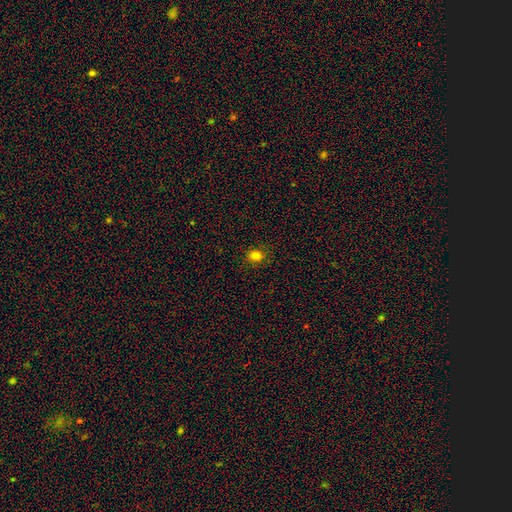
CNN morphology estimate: The model was most divided on "how rounded": round: 70%, in between: 29%, cigar-shaped: 1%. More confident: merging — none (88%); smooth or featured — smooth (81%).